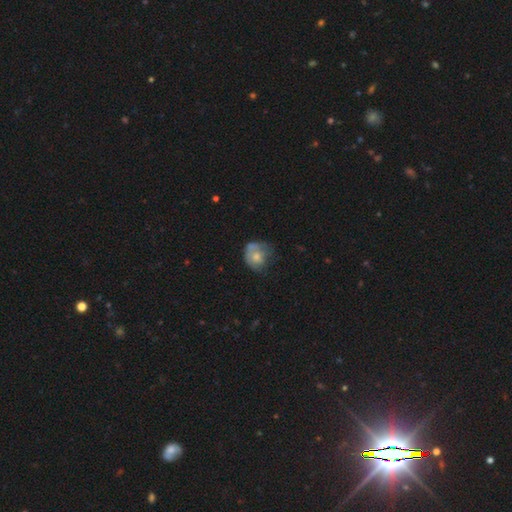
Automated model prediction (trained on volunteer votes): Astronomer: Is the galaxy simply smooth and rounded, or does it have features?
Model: smooth — 57% (runner-up: featured or disk, 35%).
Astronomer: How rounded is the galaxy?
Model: round — 63%.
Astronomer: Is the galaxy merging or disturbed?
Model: none — 37% (runner-up: minor disturbance, 31%).